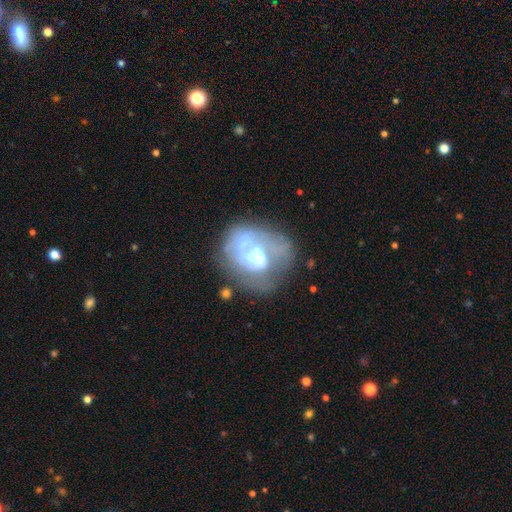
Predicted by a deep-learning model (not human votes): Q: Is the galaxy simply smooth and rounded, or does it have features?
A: featured or disk — 60%.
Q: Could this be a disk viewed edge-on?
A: no — 97%.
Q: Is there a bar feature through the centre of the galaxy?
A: no — 74%.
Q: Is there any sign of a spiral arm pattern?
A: no — 68%.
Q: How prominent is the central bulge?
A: moderate — 47%.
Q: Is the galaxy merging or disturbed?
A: none — 38%.